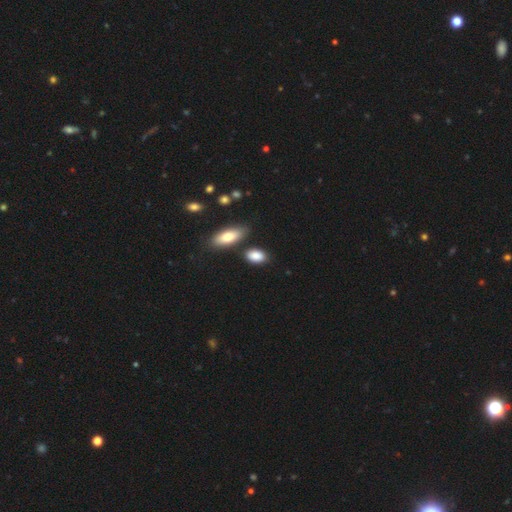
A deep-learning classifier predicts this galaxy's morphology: This appears to be a smooth galaxy with no disk features (87%) that is in between round and cigar-shaped (86%). Merging: none (77%).